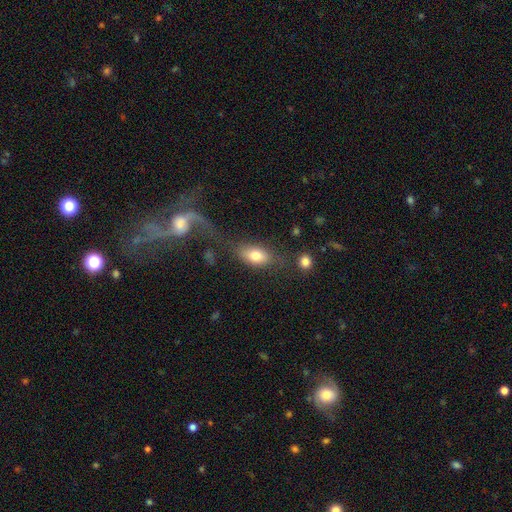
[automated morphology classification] A smooth galaxy with no disk features (75%) that is in between round and cigar-shaped (86%).

Vote fractions:
- Smooth or featured? smooth: 75% / featured or disk: 17% / star or artifact: 8%
- How rounded? in between: 86% / round: 8% / cigar-shaped: 6%
- Merging? none: 57% / minor disturbance: 16% / merger: 14% / major disturbance: 13%